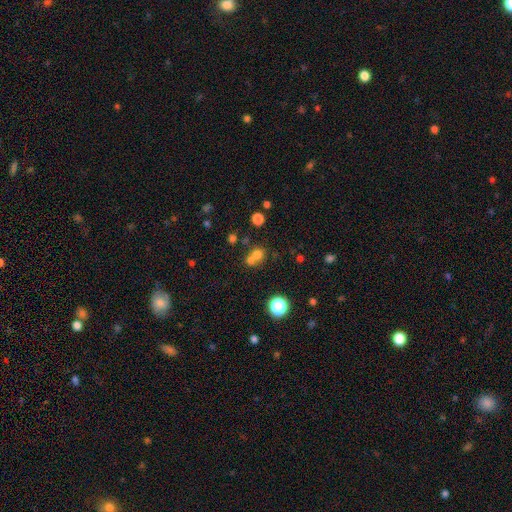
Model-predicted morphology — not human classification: type=smooth (69%); roundness=round (79%); merging=merger (52%).